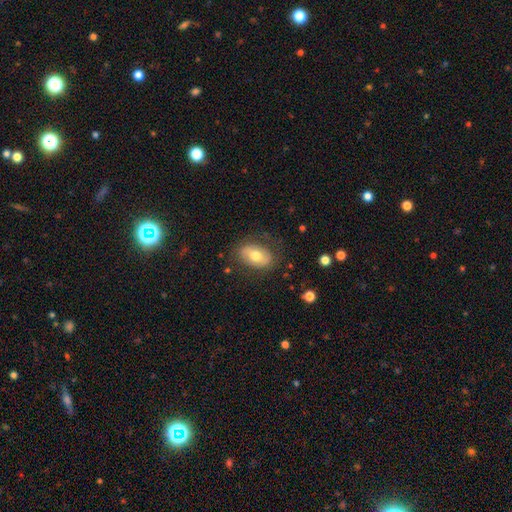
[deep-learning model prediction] The model was most divided on "smooth or featured": smooth: 60%, featured or disk: 32%, star or artifact: 7%. More confident: how rounded — in between (86%); merging — none (77%).